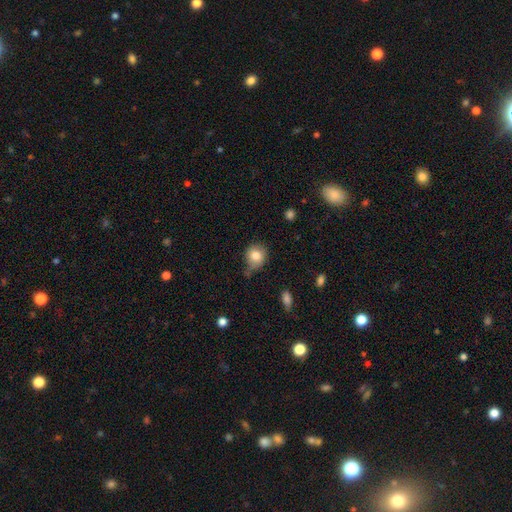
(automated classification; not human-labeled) Morphology: type=smooth (81%); roundness=round (81%); merging=none (65%).